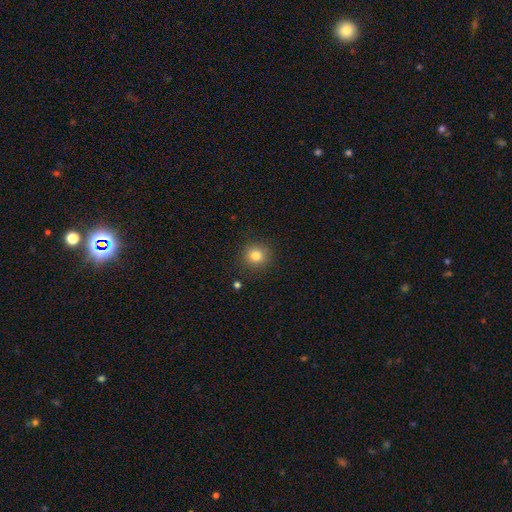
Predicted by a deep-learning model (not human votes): Overall: smooth (82%). How rounded: round (92%). Merging: none (90%).